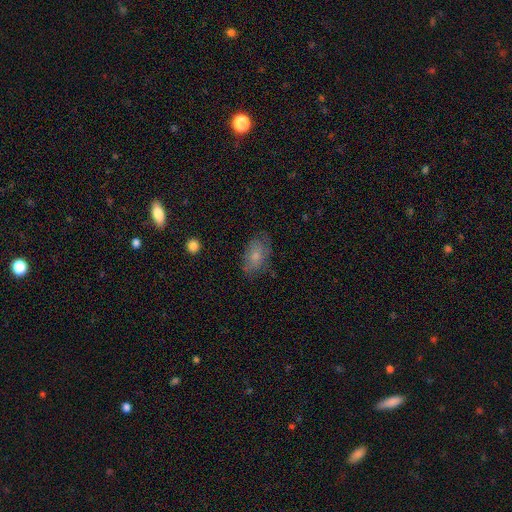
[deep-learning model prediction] This appears to be a smooth galaxy with no disk features (67%) that is in between round and cigar-shaped (89%). Merging: none (66%).